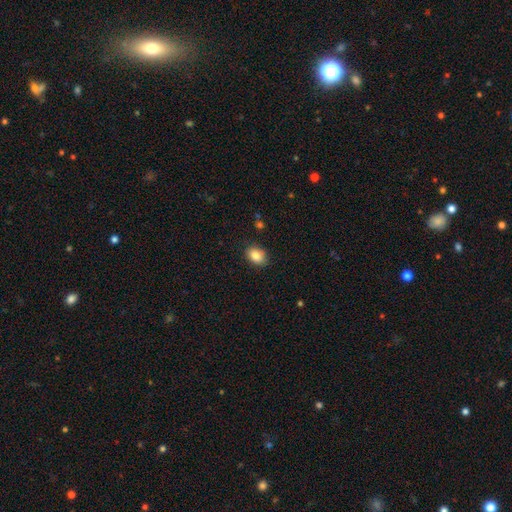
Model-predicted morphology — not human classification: Smooth or featured?
  - smooth: 85% *
  - star or artifact: 8%
  - featured or disk: 7%
How rounded?
  - in between: 75% *
  - round: 23%
  - cigar-shaped: 1%
Merging?
  - none: 87% *
  - minor disturbance: 10%
  - major disturbance: 2%
  - merger: 1%